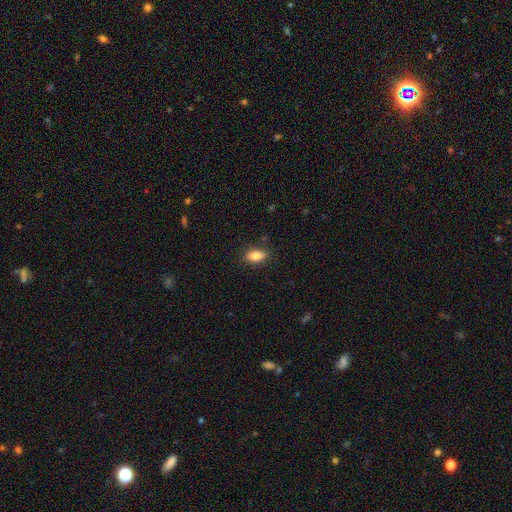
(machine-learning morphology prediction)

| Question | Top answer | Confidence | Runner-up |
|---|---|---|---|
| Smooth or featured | smooth | 81% | featured or disk (11%) |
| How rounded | in between | 84% | cigar-shaped (9%) |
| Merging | none | 85% | minor disturbance (12%) |